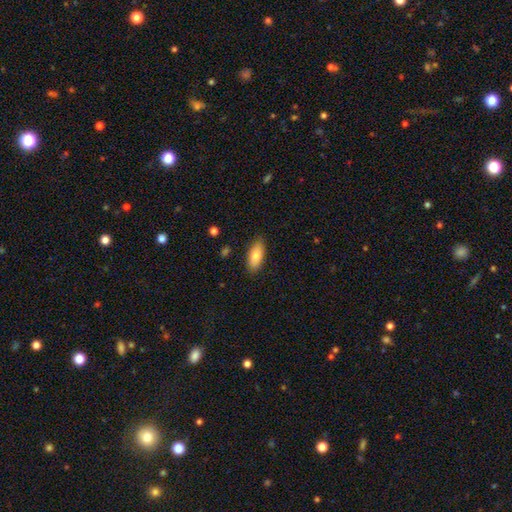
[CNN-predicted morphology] type=smooth (83%); roundness=in between (85%); merging=none (86%).